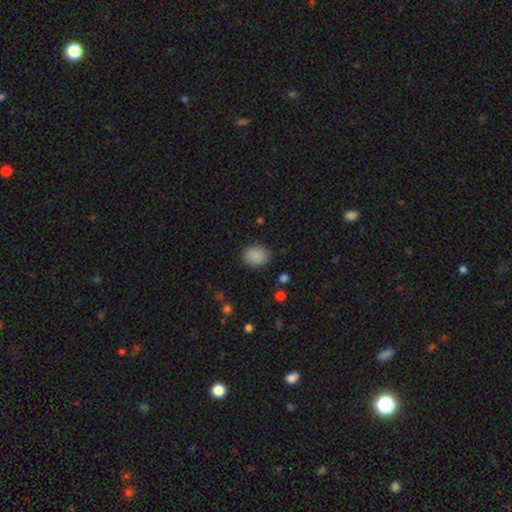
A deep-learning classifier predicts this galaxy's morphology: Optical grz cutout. It shows a smooth galaxy with no disk features (88%) that is round (62%). Merging: none (87%).